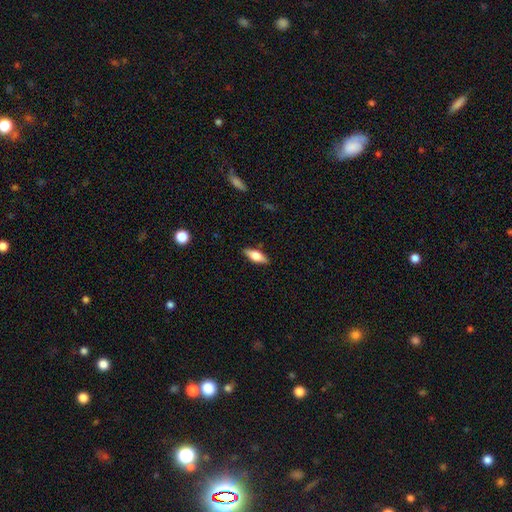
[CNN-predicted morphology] Overall: smooth (60%; featured or disk 33%). How rounded: in between (66%; cigar-shaped 31%). Merging: none (87%).